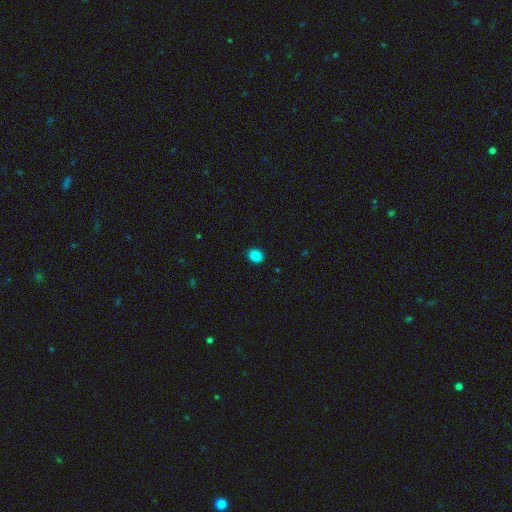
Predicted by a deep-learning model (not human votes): smooth 87%, star or artifact 10%, featured or disk 3%. Down the decision tree: how rounded — in between (50%); merging — none (90%).